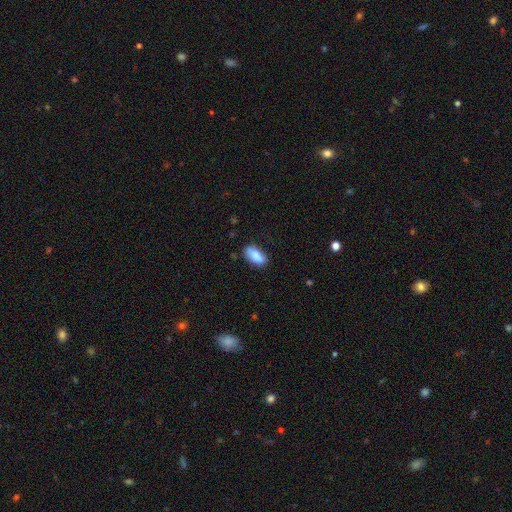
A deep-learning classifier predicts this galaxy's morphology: smooth-or-featured: smooth: 84% | featured or disk: 8% | star or artifact: 7%
  how-rounded: in between: 92% | cigar-shaped: 4% | round: 4%
  merging: none: 70% | minor disturbance: 23% | major disturbance: 5% | merger: 3%